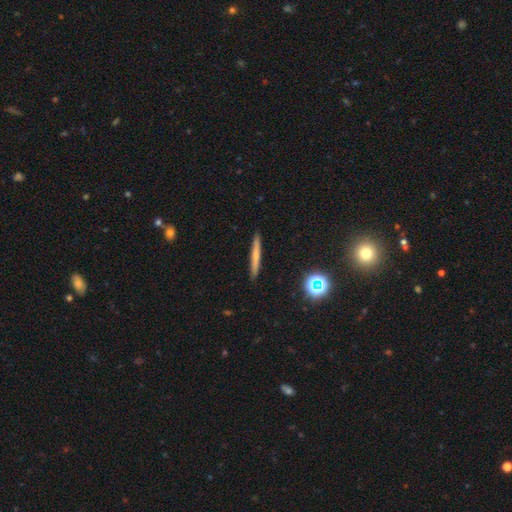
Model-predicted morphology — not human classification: smooth-or-featured: smooth: 57% | featured or disk: 33% | star or artifact: 11%
  how-rounded: cigar-shaped: 94% | in between: 3% | round: 2%
  merging: none: 90% | minor disturbance: 7% | major disturbance: 2% | merger: 1%